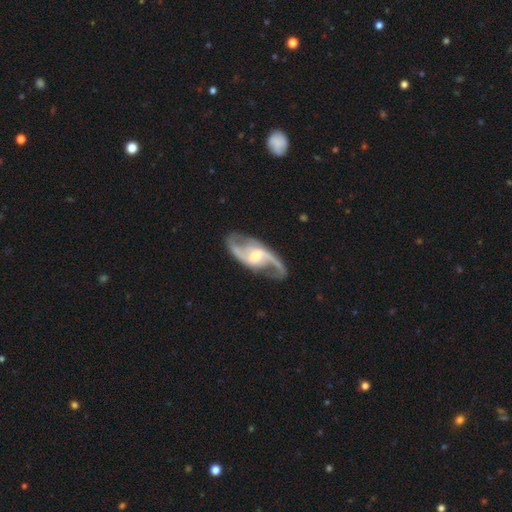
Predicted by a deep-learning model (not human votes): Overall: featured or disk (90%). Edge-on disk: no (96%). Bar: weak (50%; no 27%). Spiral arms: yes (97%). Spiral arm count: 2 (92%). Spiral winding: loose (50%; medium 42%). Bulge size: moderate (47%; small 28%). Merging: none (79%).